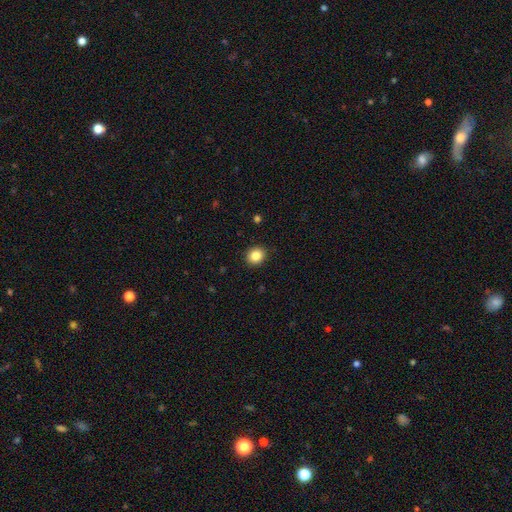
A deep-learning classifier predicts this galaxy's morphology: Smooth or featured: smooth — 86% (star or artifact — 10%)
How rounded: round — 73% (in between — 26%)
Merging: none — 91% (minor disturbance — 6%)